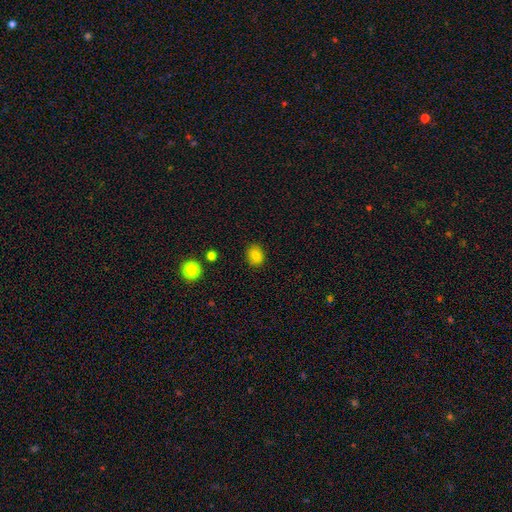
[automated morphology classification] This is clearly a smooth galaxy (84%). How rounded: possibly in between (51%). Merging: clearly none (86%).